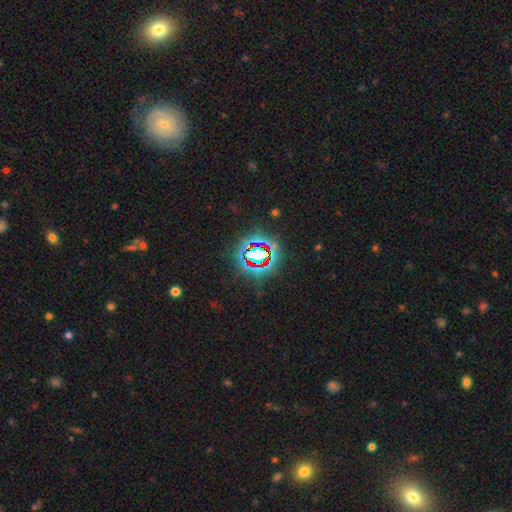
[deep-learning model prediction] Morphology: type=star or artifact (75%).